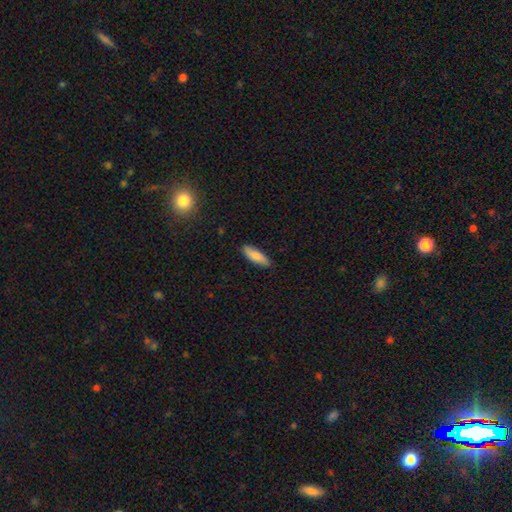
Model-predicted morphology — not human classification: Smooth or featured? smooth (82%)
How rounded? in between (51%)
Merging? none (87%)